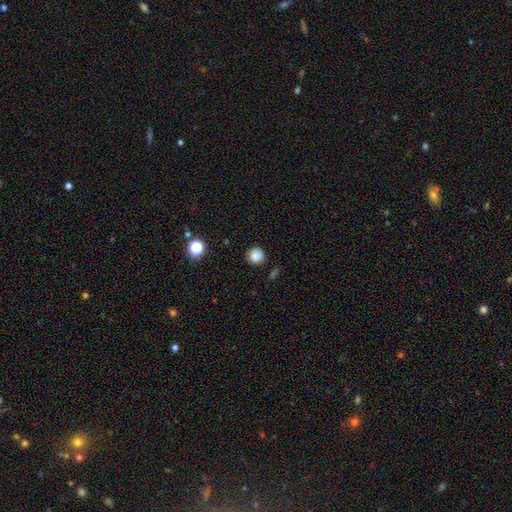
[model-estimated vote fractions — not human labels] smooth_or_featured: smooth (p=0.85) [alt: star or artifact p=0.11]
how_rounded: round (p=0.94) [alt: in between p=0.06]
merging: none (p=0.87) [alt: minor disturbance p=0.08]